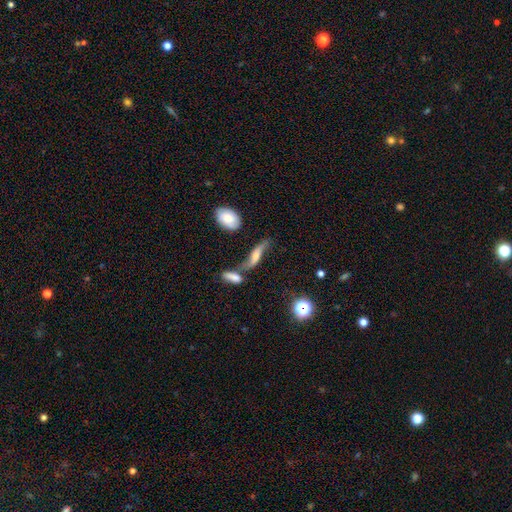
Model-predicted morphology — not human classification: Smooth or featured? featured or disk (53%)
Edge-on disk? no (65%)
Merging? none (43%)